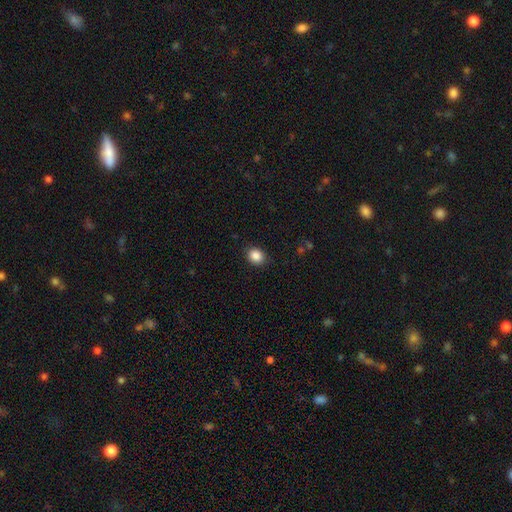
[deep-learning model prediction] smooth 88%, star or artifact 9%, featured or disk 3%. Down the decision tree: how rounded — round (56%); merging — none (88%).